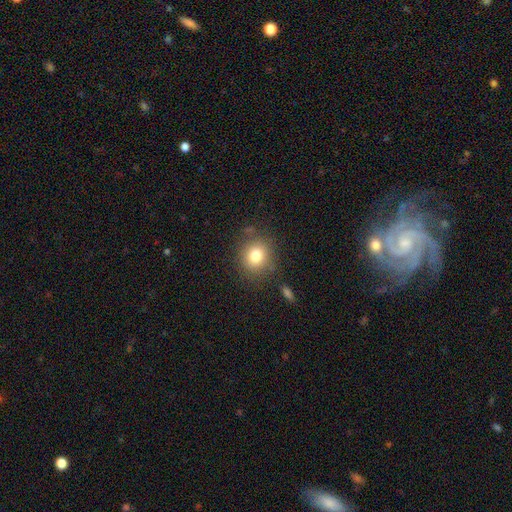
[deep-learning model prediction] Morphology: type=smooth (79%); roundness=round (83%); merging=none (81%).